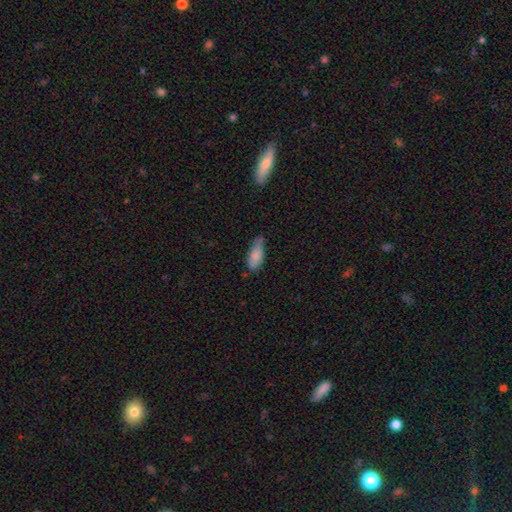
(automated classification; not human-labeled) Overall: smooth (82%). How rounded: in between (79%). Merging: none (50%; minor disturbance 39%).